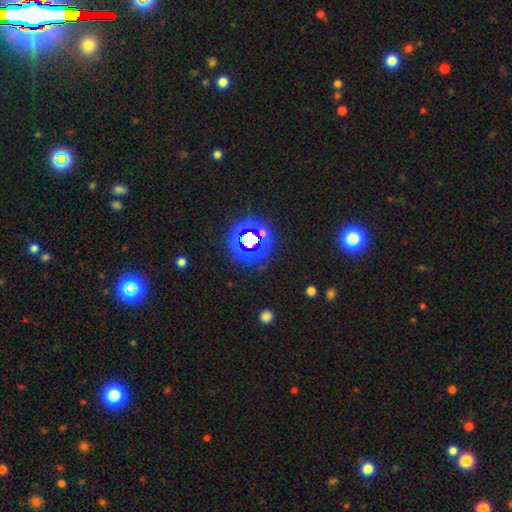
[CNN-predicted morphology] star or artifact 59%, smooth 34%, featured or disk 7%.